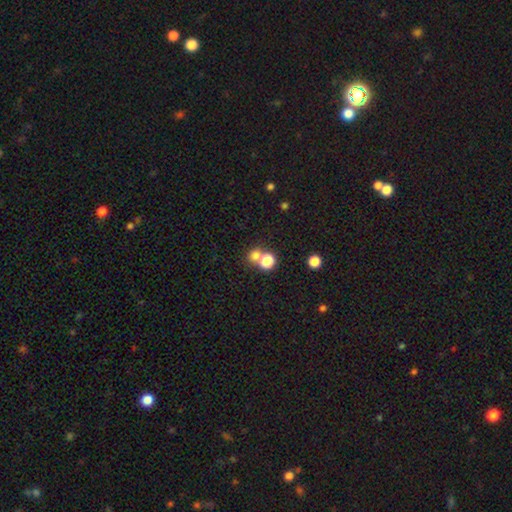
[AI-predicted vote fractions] Overall: smooth (72%). How rounded: round (75%). Merging: none (51%; merger 38%).